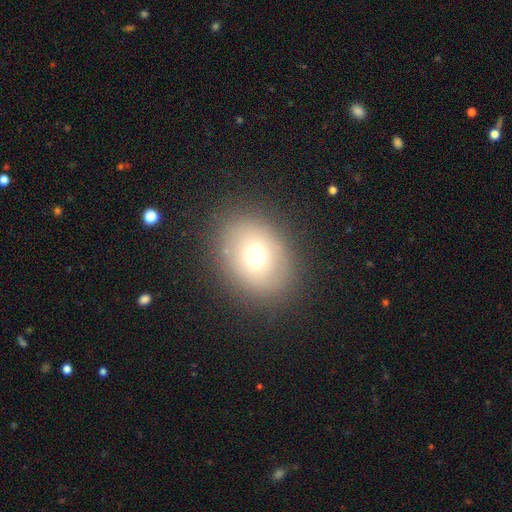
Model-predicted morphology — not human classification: This appears to be a smooth galaxy with no disk features (70%) that is in between round and cigar-shaped (58%). Merging: none (85%).